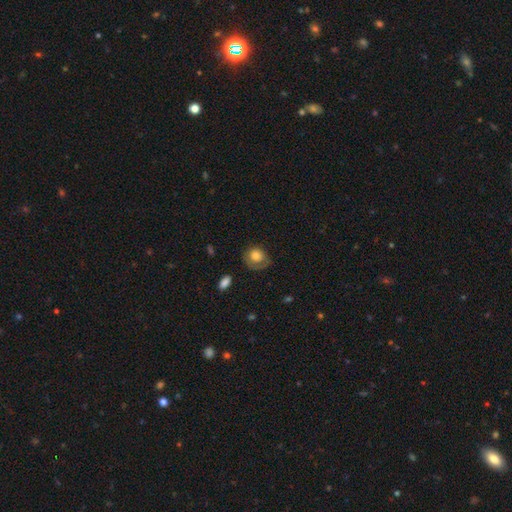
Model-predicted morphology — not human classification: smooth-or-featured: smooth: 66% | featured or disk: 27% | star or artifact: 8%
  how-rounded: round: 71% | in between: 28% | cigar-shaped: 1%
  merging: none: 48% | minor disturbance: 27% | major disturbance: 23% | merger: 2%